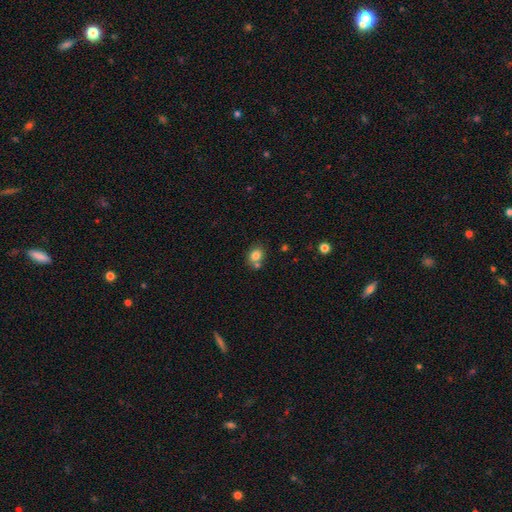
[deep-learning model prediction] This appears to be a smooth galaxy with no disk features (81%) that is round (54%). Merging: none (60%).